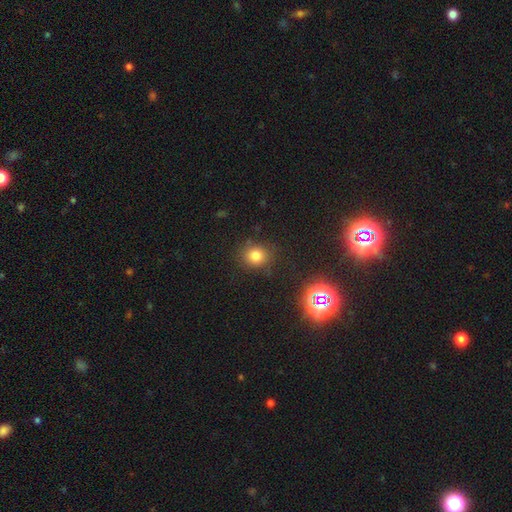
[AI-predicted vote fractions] Overall: smooth (77%). How rounded: round (81%). Merging: none (84%).